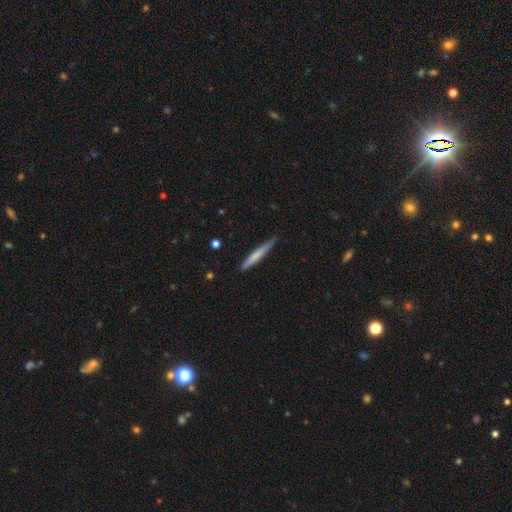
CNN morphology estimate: A smooth galaxy with no disk features (65%) that is cigar-shaped (96%). Merging: none (83%).